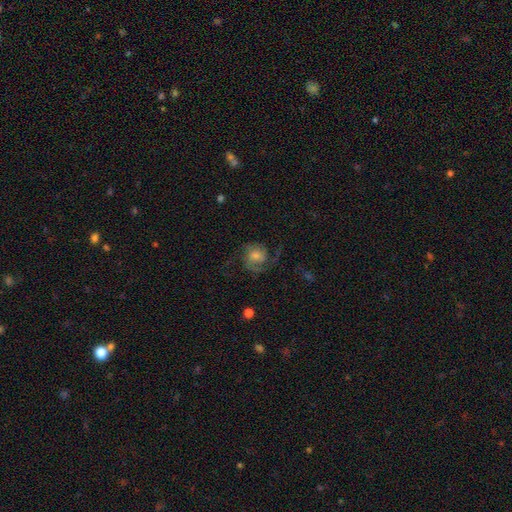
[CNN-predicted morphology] Smooth or featured? featured or disk (74%)
Edge-on disk? no (98%)
Bar? no (64%)
Spiral arms? yes (94%)
Spiral winding? medium (49%)
Spiral arm count? 2 (69%)
Bulge size? moderate (47%)
Merging? none (65%)